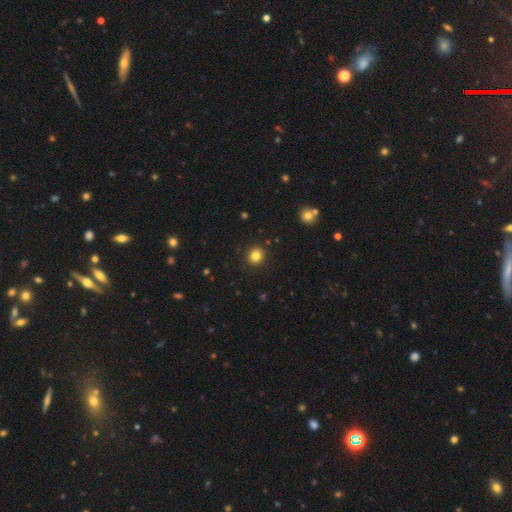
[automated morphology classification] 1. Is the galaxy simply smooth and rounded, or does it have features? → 82% smooth, 12% star or artifact, 6% featured or disk.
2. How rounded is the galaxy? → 89% round, 10% in between, 1% cigar-shaped.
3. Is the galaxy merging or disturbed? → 92% none, 5% minor disturbance, 2% major disturbance, 1% merger.